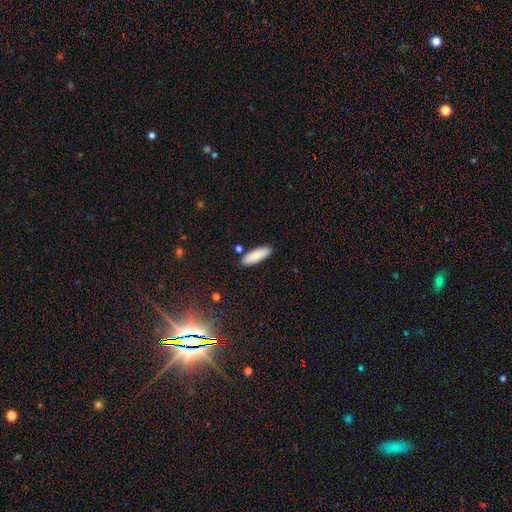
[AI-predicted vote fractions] Smooth or featured?
  - smooth: 86% *
  - featured or disk: 8%
  - star or artifact: 6%
How rounded?
  - in between: 54% *
  - cigar-shaped: 45%
  - round: 2%
Merging?
  - none: 86% *
  - minor disturbance: 9%
  - merger: 3%
  - major disturbance: 2%